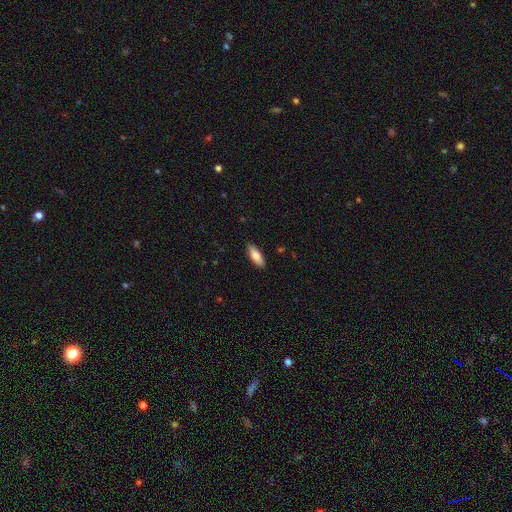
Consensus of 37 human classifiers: A smooth galaxy with no disk features (92%) that is in between round and cigar-shaped (76%). Merging: none (86%).